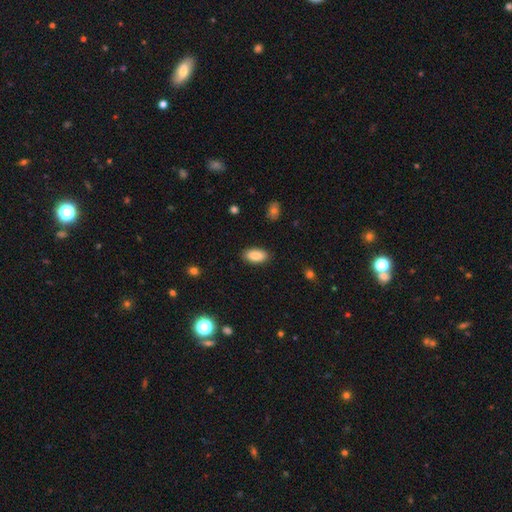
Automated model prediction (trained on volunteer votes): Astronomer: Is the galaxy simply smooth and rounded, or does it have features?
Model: smooth — 88%.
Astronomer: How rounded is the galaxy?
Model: in between — 93%.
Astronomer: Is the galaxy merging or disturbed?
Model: none — 88%.